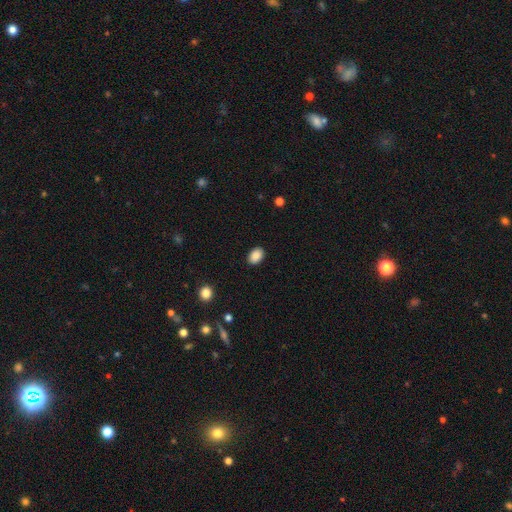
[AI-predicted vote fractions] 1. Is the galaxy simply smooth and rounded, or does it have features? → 88% smooth, 8% star or artifact, 3% featured or disk.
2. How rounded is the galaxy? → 78% in between, 20% round, 1% cigar-shaped.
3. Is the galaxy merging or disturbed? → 89% none, 8% minor disturbance, 2% major disturbance, 1% merger.